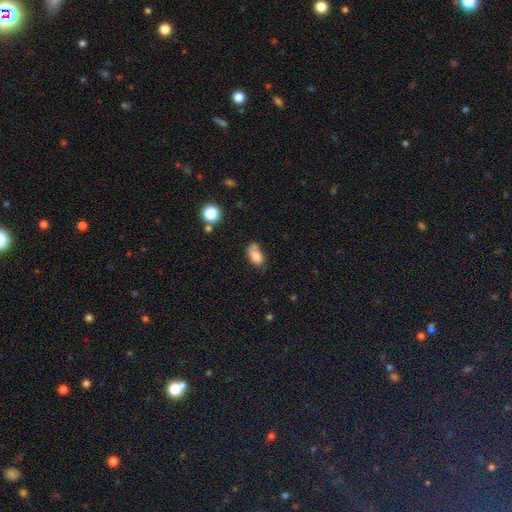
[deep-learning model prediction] Smooth or featured? smooth (78%)
How rounded? in between (89%)
Merging? none (45%)